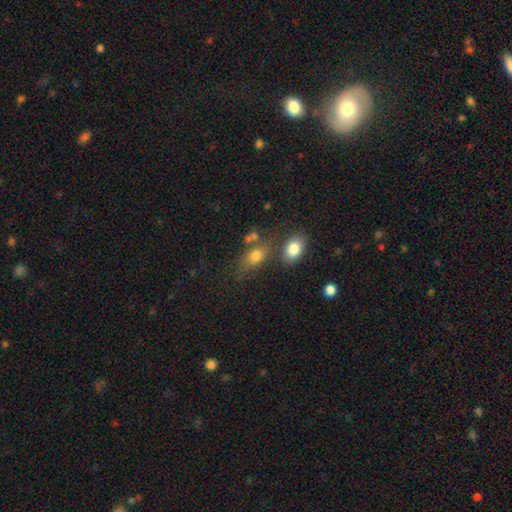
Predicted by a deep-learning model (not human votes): smooth 76%, featured or disk 13%, star or artifact 11%. Down the decision tree: how rounded — in between (80%); merging — none (53%).